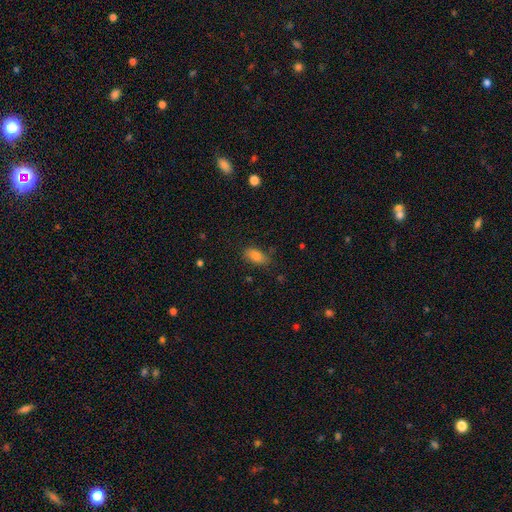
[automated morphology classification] Q: Smooth or featured?
A: smooth (81%); runner-up: featured or disk (10%)
Q: How rounded?
A: in between (89%); runner-up: round (6%)
Q: Merging?
A: none (75%); runner-up: minor disturbance (19%)